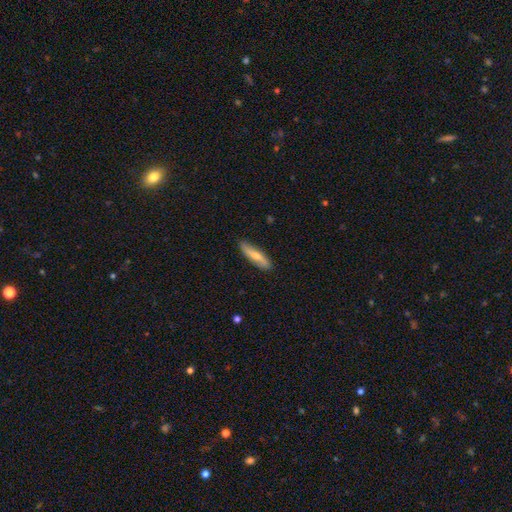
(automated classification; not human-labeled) This is possibly a smooth galaxy (56%). How rounded: likely cigar-shaped (70%). Merging: clearly none (83%).